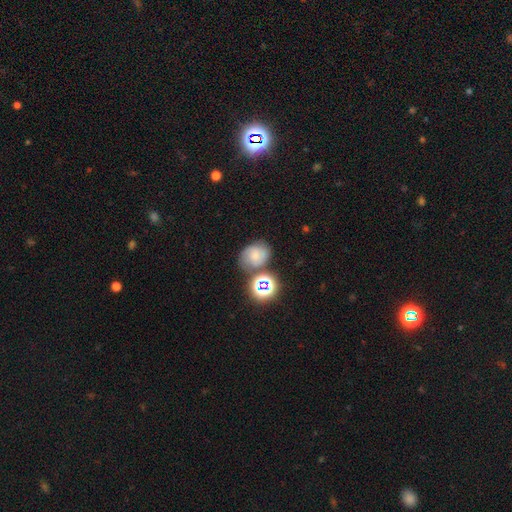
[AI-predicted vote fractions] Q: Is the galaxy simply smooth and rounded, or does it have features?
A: smooth — 43%.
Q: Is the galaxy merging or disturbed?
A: none — 59%.